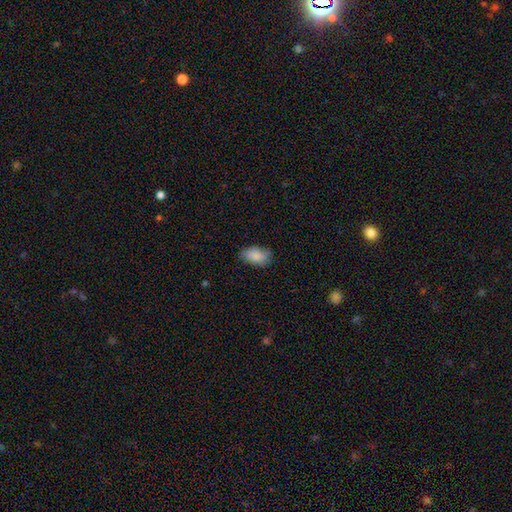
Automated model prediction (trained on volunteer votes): Smooth or featured?
  - smooth: 86% *
  - star or artifact: 7%
  - featured or disk: 7%
How rounded?
  - in between: 91% *
  - round: 7%
  - cigar-shaped: 2%
Merging?
  - none: 73% *
  - minor disturbance: 22%
  - major disturbance: 4%
  - merger: 1%